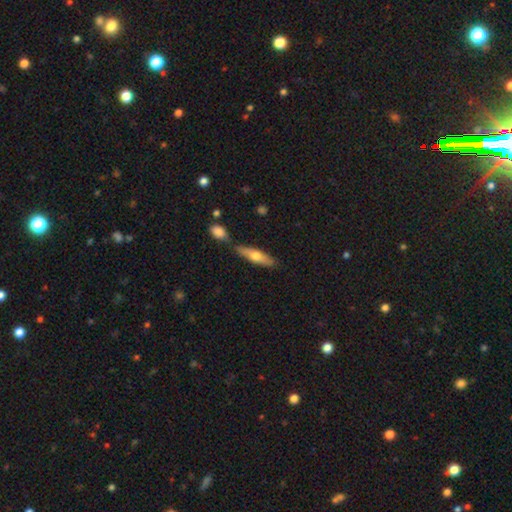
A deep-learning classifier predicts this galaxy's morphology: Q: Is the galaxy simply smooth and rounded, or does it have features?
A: smooth — 59%.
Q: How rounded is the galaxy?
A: cigar-shaped — 67%.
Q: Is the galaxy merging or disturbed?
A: none — 68%.